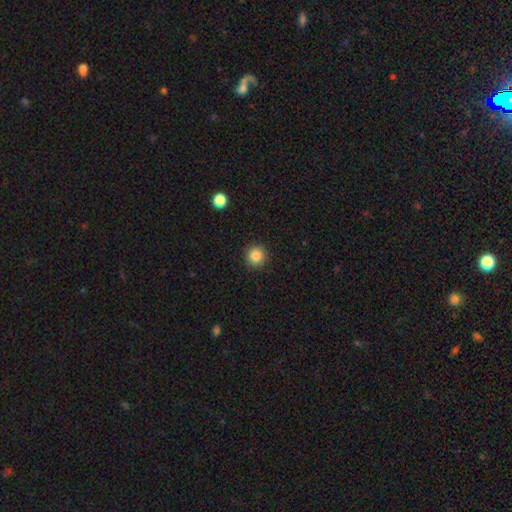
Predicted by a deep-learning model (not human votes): smooth 85%, star or artifact 11%, featured or disk 5%. Down the decision tree: how rounded — round (94%); merging — none (92%).